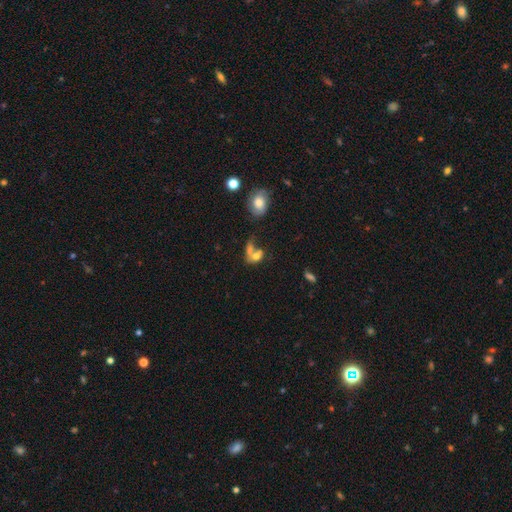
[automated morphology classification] smooth_or_featured: smooth (p=0.67) [alt: featured or disk p=0.20]
how_rounded: in between (p=0.69) [alt: round p=0.27]
merging: merger (p=0.54) [alt: none p=0.24]